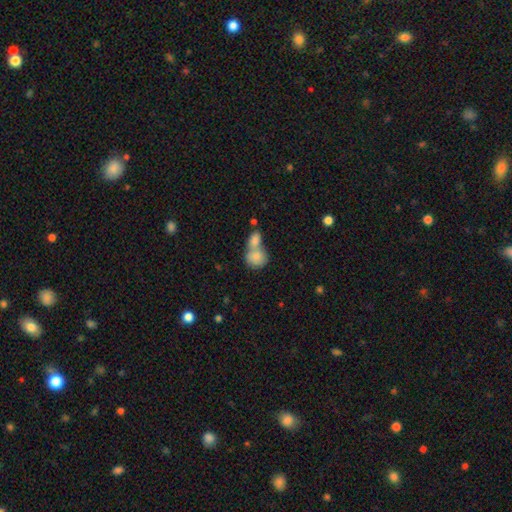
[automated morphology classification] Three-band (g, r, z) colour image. It shows a smooth galaxy with no disk features (83%) that is round (55%). Merging: merger (68%).